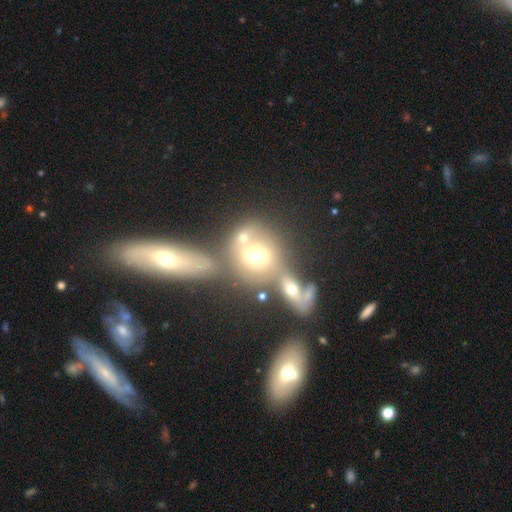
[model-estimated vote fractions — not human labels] Smooth or featured? Predicted: smooth (p=0.57). How rounded? Predicted: round (p=0.60). Merging? Predicted: merger (p=0.47).